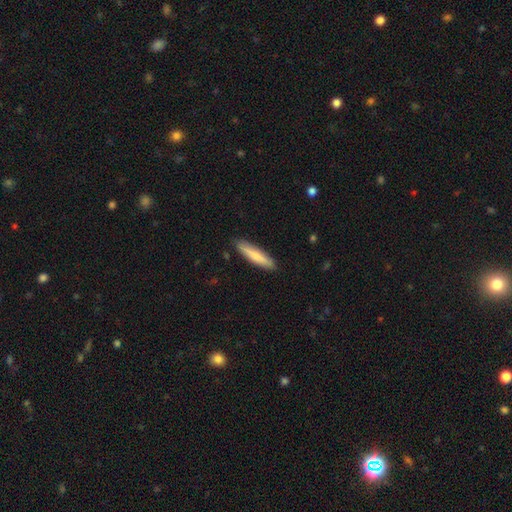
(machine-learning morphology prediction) Smooth or featured: smooth — 72% (featured or disk — 23%)
How rounded: cigar-shaped — 84% (in between — 15%)
Merging: none — 88% (minor disturbance — 9%)